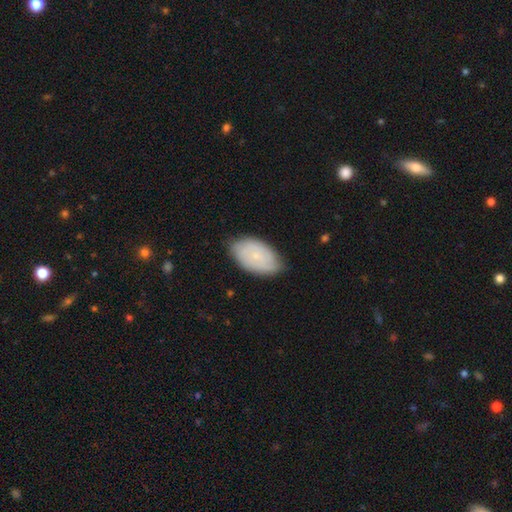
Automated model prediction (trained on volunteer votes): This is likely a smooth galaxy (62%). How rounded: clearly in between (94%). Merging: likely none (74%).